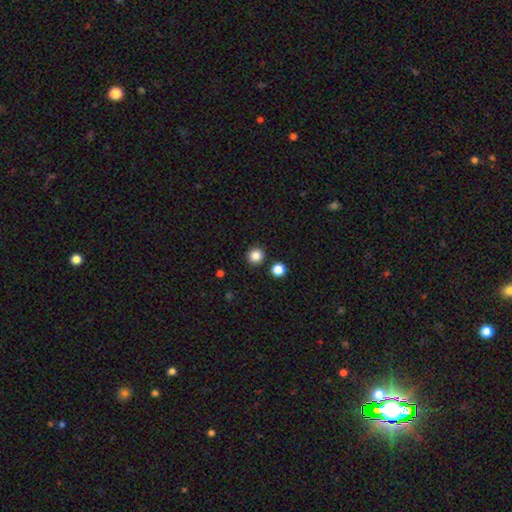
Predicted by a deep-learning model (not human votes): Smooth or featured? smooth (86%)
How rounded? round (94%)
Merging? none (90%)